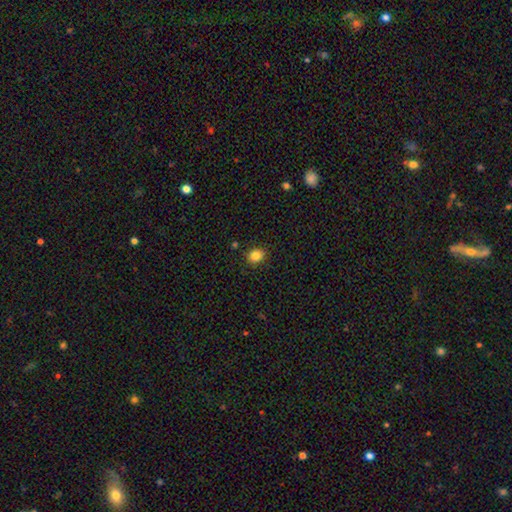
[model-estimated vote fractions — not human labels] Smooth or featured?
  - smooth: 84% *
  - star or artifact: 11%
  - featured or disk: 5%
How rounded?
  - round: 63% *
  - in between: 36%
  - cigar-shaped: 1%
Merging?
  - none: 87% *
  - minor disturbance: 9%
  - major disturbance: 2%
  - merger: 2%